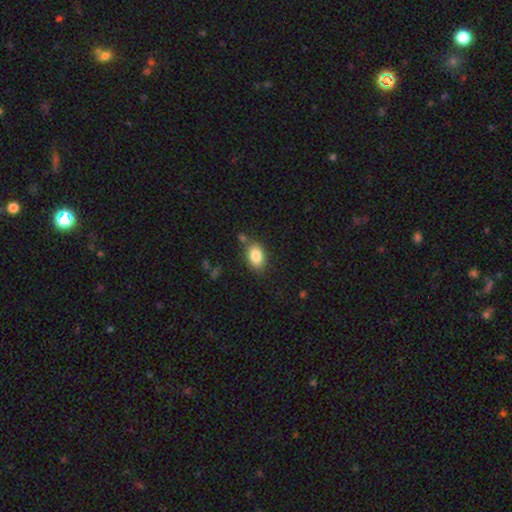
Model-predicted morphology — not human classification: A smooth galaxy with no disk features (84%) that is in between round and cigar-shaped (86%). Merging: none (76%).